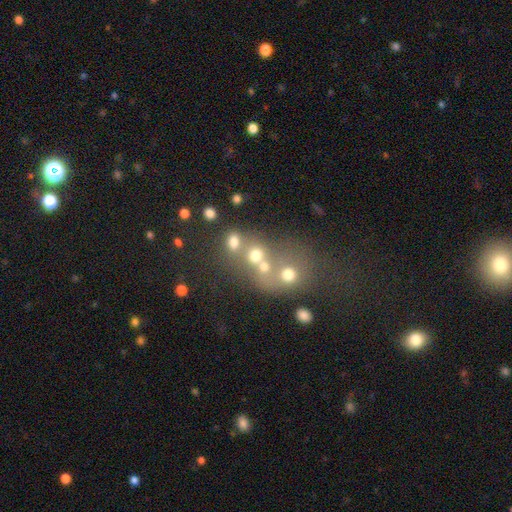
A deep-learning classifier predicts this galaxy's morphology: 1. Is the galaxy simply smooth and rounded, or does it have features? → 40% smooth, 37% star or artifact, 24% featured or disk.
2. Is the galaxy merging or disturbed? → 51% merger, 35% none, 8% minor disturbance, 7% major disturbance.